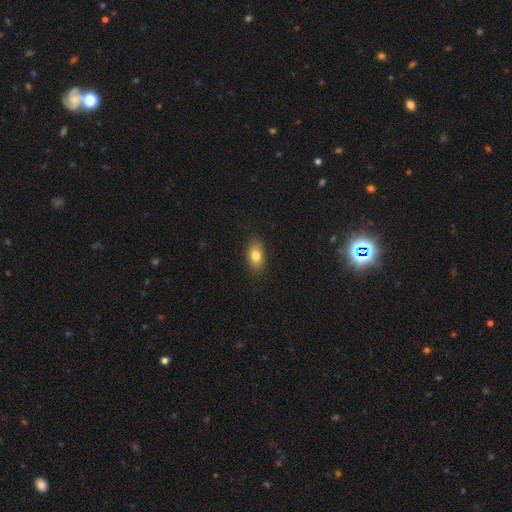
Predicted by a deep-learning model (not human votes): The model was most divided on "smooth or featured": smooth: 81%, featured or disk: 10%, star or artifact: 8%. More confident: how rounded — in between (86%); merging — none (86%).